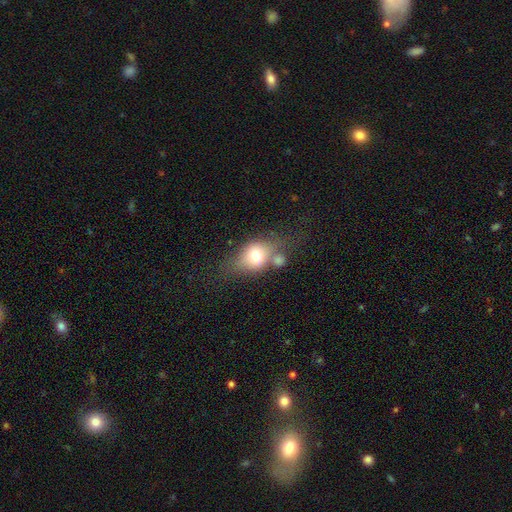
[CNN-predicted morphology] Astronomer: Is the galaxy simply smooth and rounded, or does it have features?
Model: smooth — 64%.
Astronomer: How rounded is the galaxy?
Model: in between — 56% (runner-up: round, 40%).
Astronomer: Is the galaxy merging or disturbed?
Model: none — 41% (runner-up: merger, 26%).